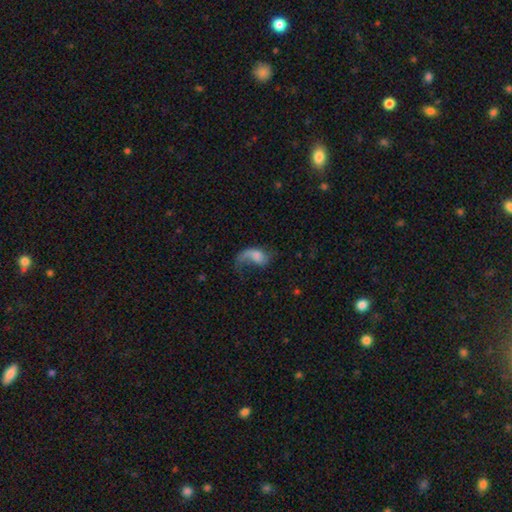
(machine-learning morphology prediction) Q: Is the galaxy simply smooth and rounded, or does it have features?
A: featured or disk — 51%.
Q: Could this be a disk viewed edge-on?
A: no — 96%.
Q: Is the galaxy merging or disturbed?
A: major disturbance — 54%.